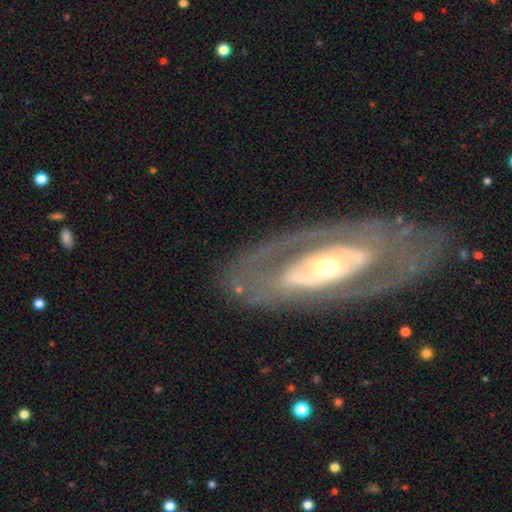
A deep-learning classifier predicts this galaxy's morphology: Smooth or featured?
  - featured or disk: 81% *
  - smooth: 14%
  - star or artifact: 5%
Edge-on disk?
  - no: 88% *
  - yes: 12%
Bar?
  - no: 55% *
  - strong: 23%
  - weak: 22%
Spiral arms?
  - yes: 57% *
  - no: 43%
Bulge size?
  - moderate: 63% *
  - small: 22%
  - large: 12%
  - dominant: 2%
  - none: 1%
Merging?
  - none: 74% *
  - minor disturbance: 13%
  - major disturbance: 11%
  - merger: 2%